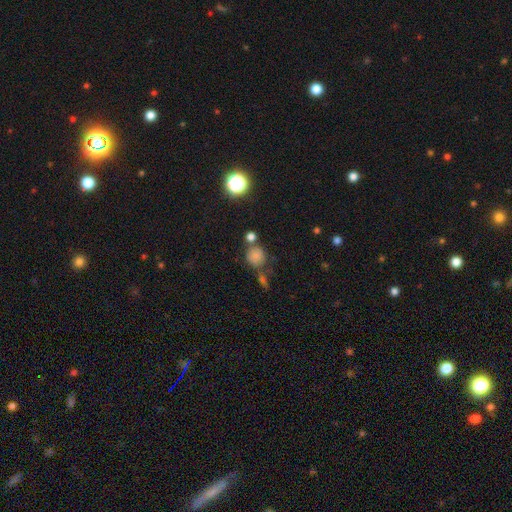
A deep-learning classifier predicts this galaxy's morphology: A smooth galaxy with no disk features (77%) that is round (87%). Merging: none (60%).